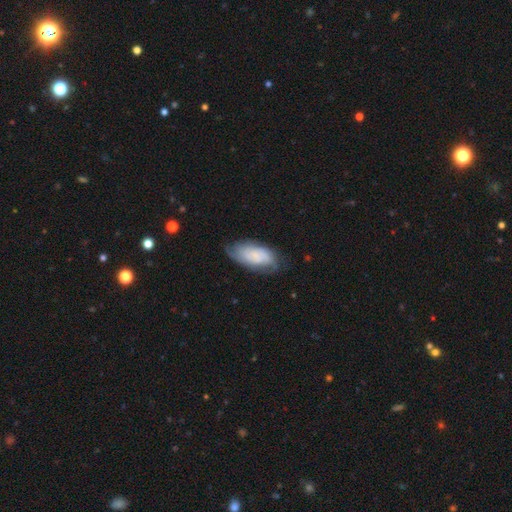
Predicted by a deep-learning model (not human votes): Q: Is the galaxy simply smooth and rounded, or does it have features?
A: featured or disk — 51%.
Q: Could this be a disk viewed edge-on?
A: no — 94%.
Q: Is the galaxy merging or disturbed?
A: none — 62%.